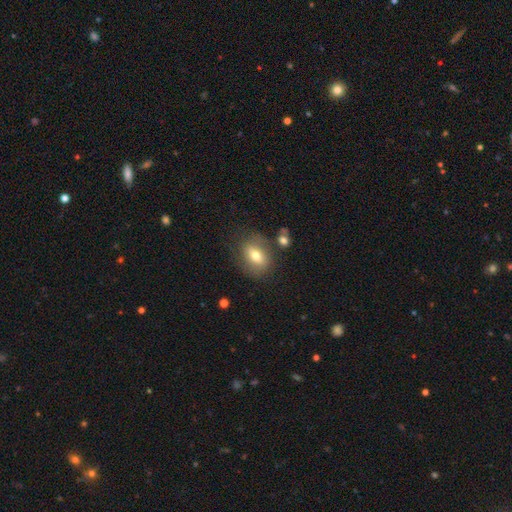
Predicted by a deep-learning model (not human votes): This is likely a smooth galaxy (66%). How rounded: likely in between (67%). Merging: likely none (73%).